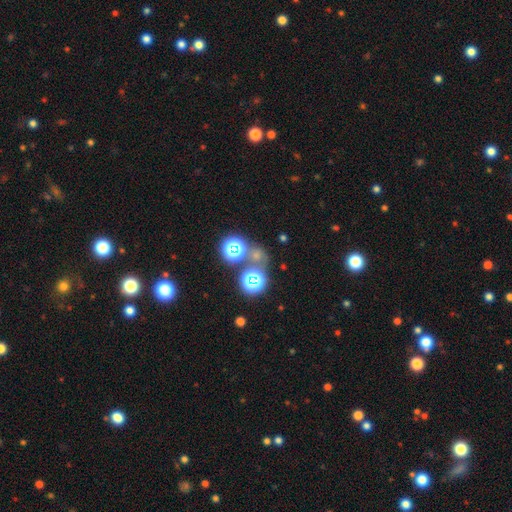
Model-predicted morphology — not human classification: The model was most divided on "smooth or featured": star or artifact: 47%, smooth: 43%, featured or disk: 10%.